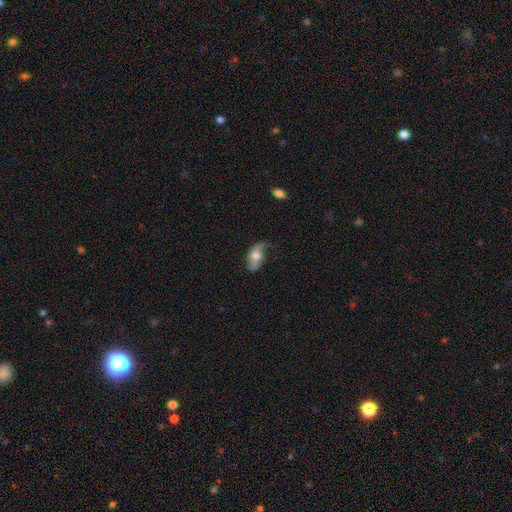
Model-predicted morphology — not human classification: A featured or disk galaxy (49%). Merging: none (51%).